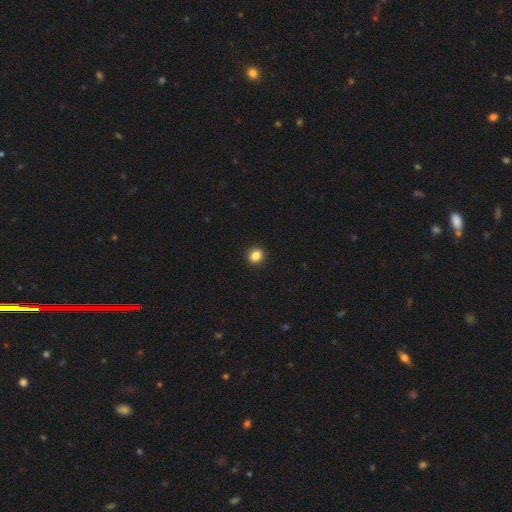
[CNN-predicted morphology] The model was most divided on "how rounded": round: 77%, in between: 22%, cigar-shaped: 1%. More confident: merging — none (92%); smooth or featured — smooth (86%).